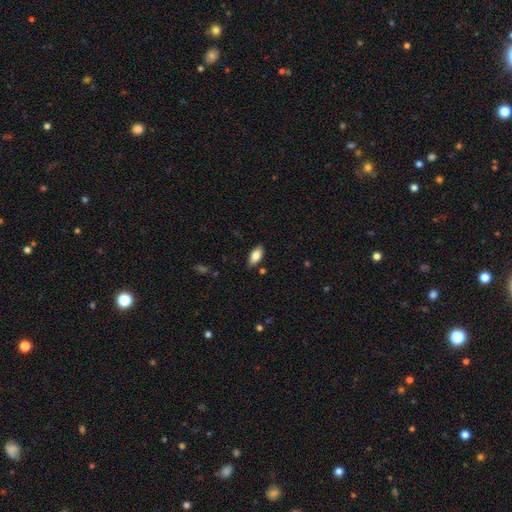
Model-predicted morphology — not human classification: This appears to be a smooth galaxy with no disk features (83%) that is in between round and cigar-shaped (90%). Merging: none (85%).